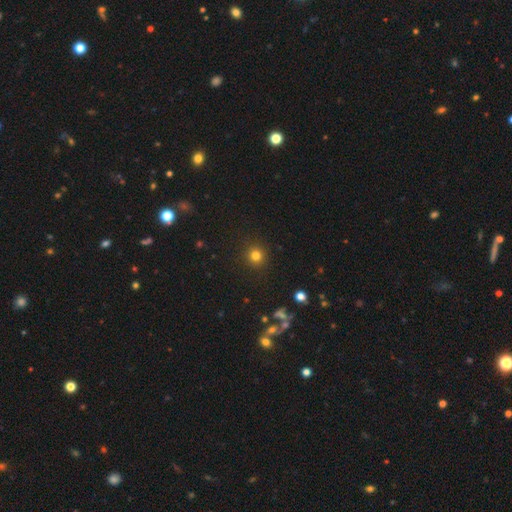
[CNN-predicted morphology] Smooth or featured: smooth — 80% (star or artifact — 15%)
How rounded: round — 94% (in between — 5%)
Merging: none — 91% (minor disturbance — 6%)